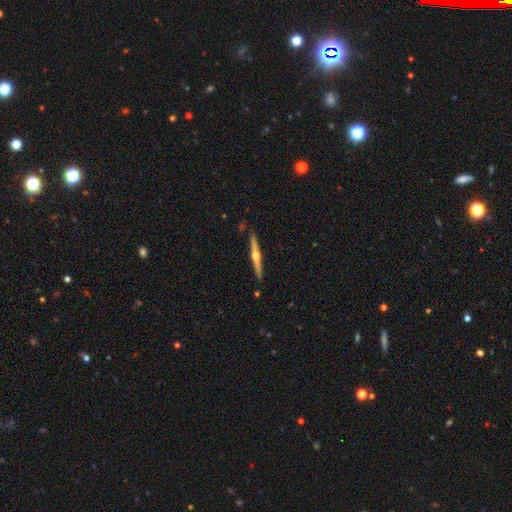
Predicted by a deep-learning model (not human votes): The model was most divided on "smooth or featured": featured or disk: 77%, smooth: 18%, star or artifact: 5%. More confident: edge-on disk — yes (98%); edge-on bulge — rounded (93%); merging — none (90%).